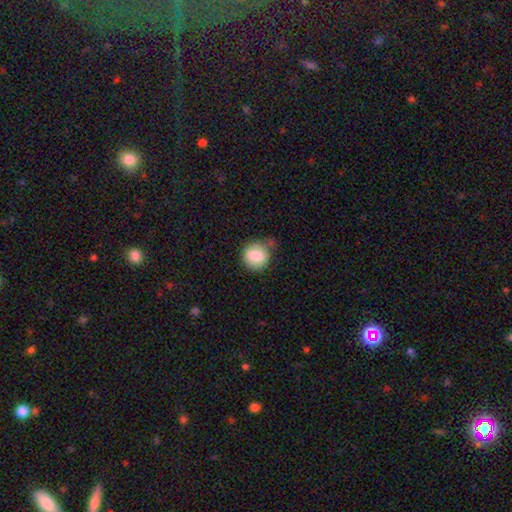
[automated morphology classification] smooth 84%, star or artifact 8%, featured or disk 8%. Down the decision tree: how rounded — round (87%); merging — none (70%).